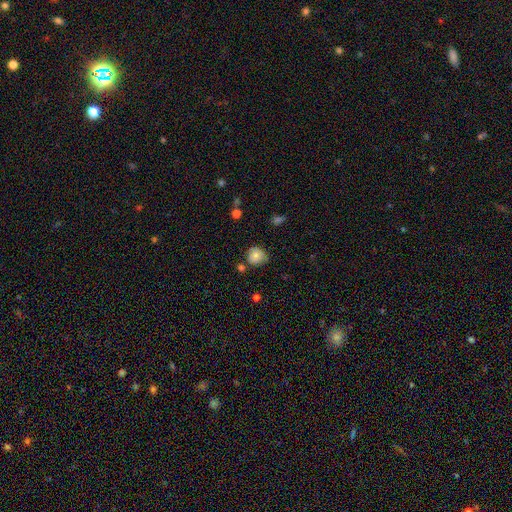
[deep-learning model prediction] The model was most divided on "merging": none: 75%, minor disturbance: 16%, merger: 5%, major disturbance: 3%. More confident: how rounded — round (89%); smooth or featured — smooth (77%).